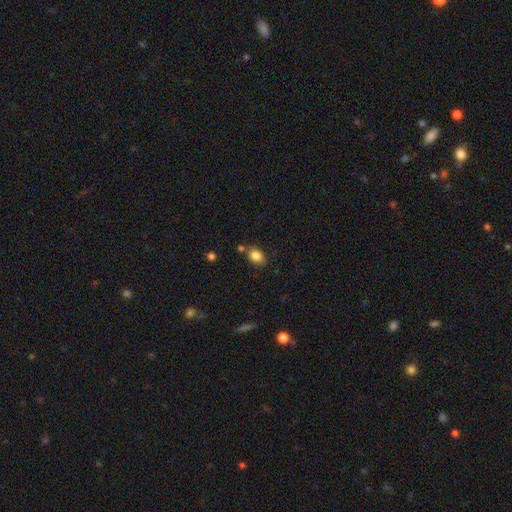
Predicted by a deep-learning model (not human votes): Q: Smooth or featured?
A: smooth (84%); runner-up: star or artifact (9%)
Q: How rounded?
A: in between (76%); runner-up: round (23%)
Q: Merging?
A: none (75%); runner-up: minor disturbance (13%)